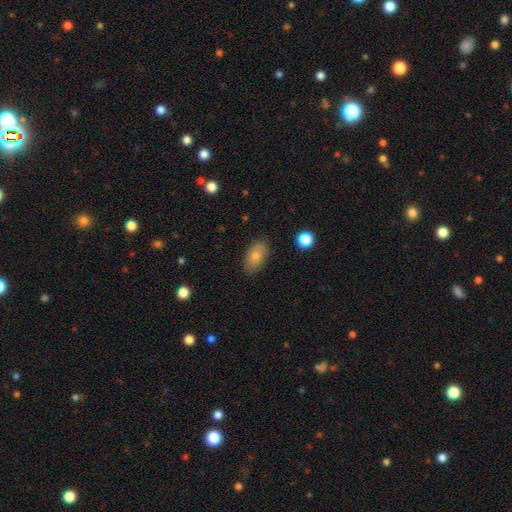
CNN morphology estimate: Overall: smooth (79%). How rounded: in between (92%). Merging: none (83%).